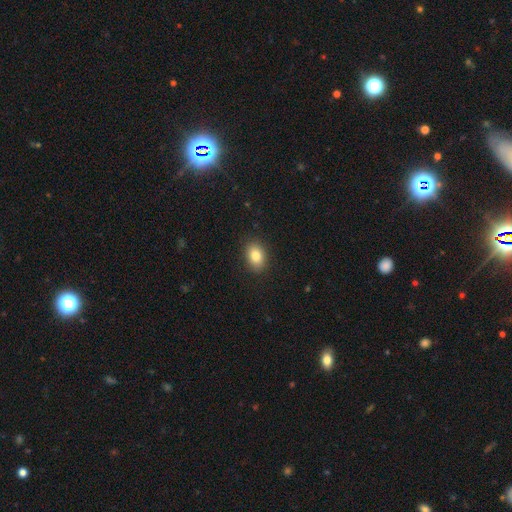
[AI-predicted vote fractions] Morphology: type=smooth (83%); roundness=in between (78%); merging=none (89%).